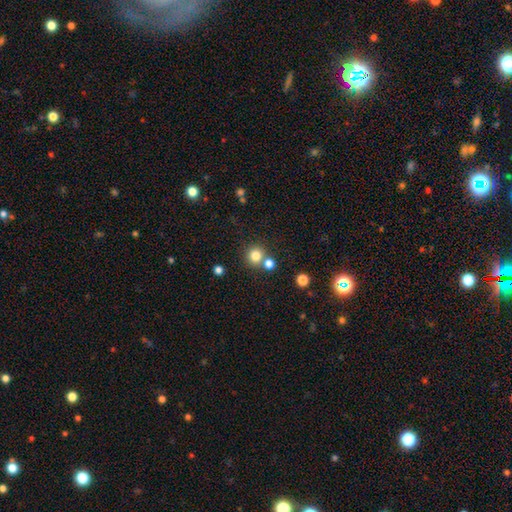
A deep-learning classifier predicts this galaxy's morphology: Smooth or featured?
  - smooth: 80% *
  - star or artifact: 13%
  - featured or disk: 7%
How rounded?
  - round: 93% *
  - in between: 6%
  - cigar-shaped: 1%
Merging?
  - none: 70% *
  - merger: 20%
  - minor disturbance: 7%
  - major disturbance: 3%